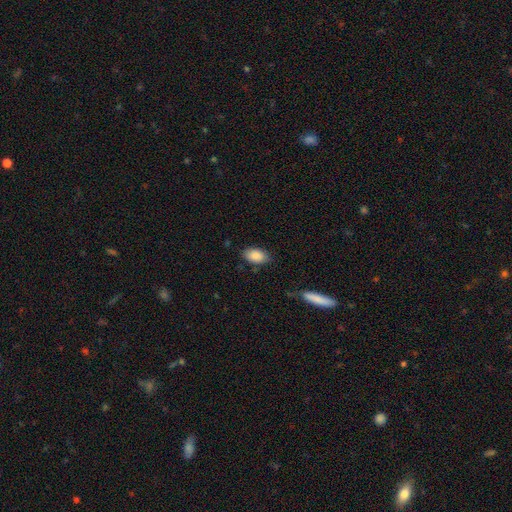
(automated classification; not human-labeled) A smooth galaxy with no disk features (88%) that is in between round and cigar-shaped (92%).

Vote fractions:
- Smooth or featured? smooth: 88% / star or artifact: 7% / featured or disk: 5%
- How rounded? in between: 92% / round: 6% / cigar-shaped: 2%
- Merging? none: 81% / minor disturbance: 14% / major disturbance: 3% / merger: 2%